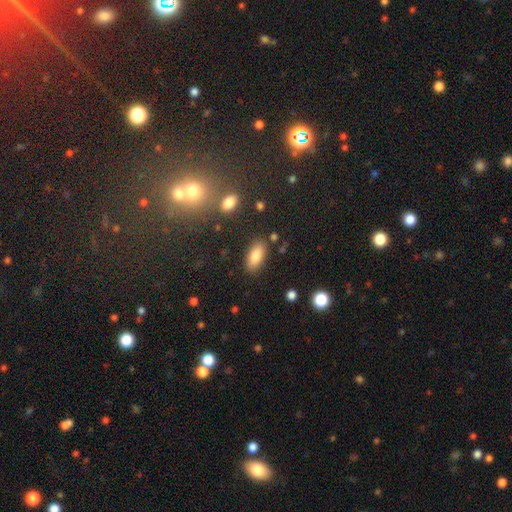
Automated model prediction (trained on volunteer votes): A smooth galaxy with no disk features (83%) that is in between round and cigar-shaped (89%).

Vote fractions:
- Smooth or featured? smooth: 83% / featured or disk: 9% / star or artifact: 8%
- How rounded? in between: 89% / cigar-shaped: 8% / round: 3%
- Merging? none: 84% / minor disturbance: 10% / major disturbance: 3% / merger: 3%